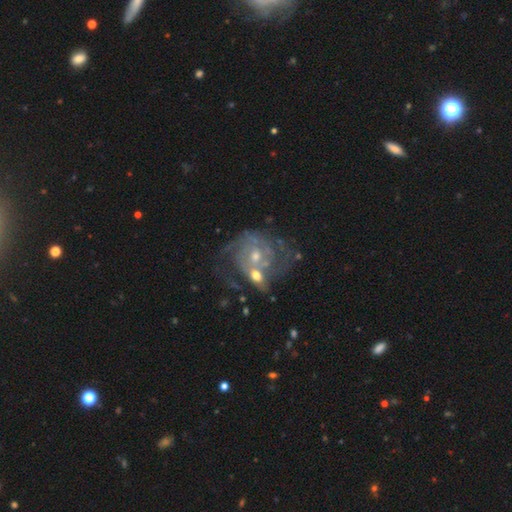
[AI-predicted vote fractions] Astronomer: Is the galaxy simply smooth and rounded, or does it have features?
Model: featured or disk — 84%.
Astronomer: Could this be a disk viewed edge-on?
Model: no — 97%.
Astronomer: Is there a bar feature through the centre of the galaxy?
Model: no — 68%.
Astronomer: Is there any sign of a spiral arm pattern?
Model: yes — 89%.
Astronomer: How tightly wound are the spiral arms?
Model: tight — 53% (runner-up: medium, 35%).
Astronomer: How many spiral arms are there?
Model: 2 — 39% (runner-up: can't tell, 32%).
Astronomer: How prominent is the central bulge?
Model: moderate — 49% (runner-up: small, 45%).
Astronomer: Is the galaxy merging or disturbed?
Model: none — 36% (runner-up: merger, 35%).